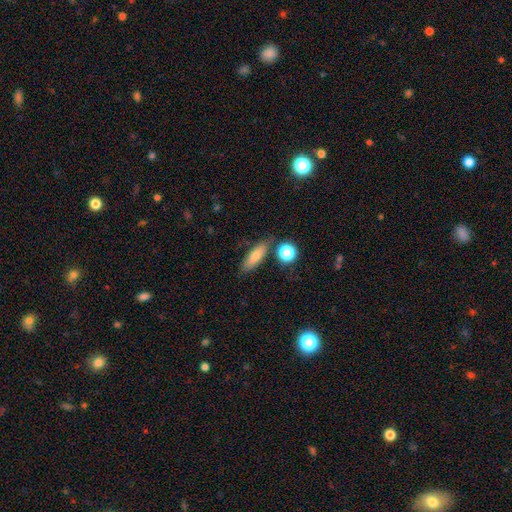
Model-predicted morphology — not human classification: A smooth galaxy with no disk features (76%) that is in between round and cigar-shaped (54%).

Vote fractions:
- Smooth or featured? smooth: 76% / featured or disk: 16% / star or artifact: 9%
- How rounded? in between: 54% / cigar-shaped: 41% / round: 5%
- Merging? none: 76% / minor disturbance: 13% / merger: 7% / major disturbance: 4%